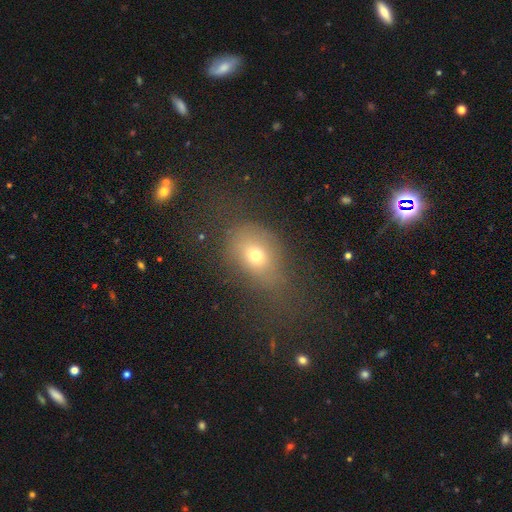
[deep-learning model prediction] smooth_or_featured: smooth (p=0.67) [alt: featured or disk p=0.17]
how_rounded: in between (p=0.56) [alt: round p=0.42]
merging: none (p=0.44) [alt: major disturbance p=0.31]